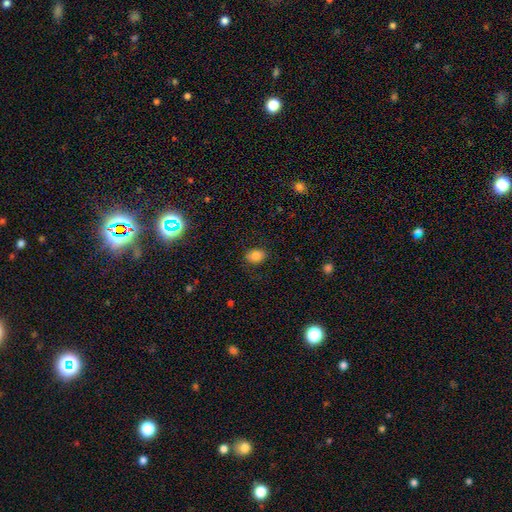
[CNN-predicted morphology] This is clearly a smooth galaxy (81%). How rounded: likely in between (71%). Merging: clearly none (83%).